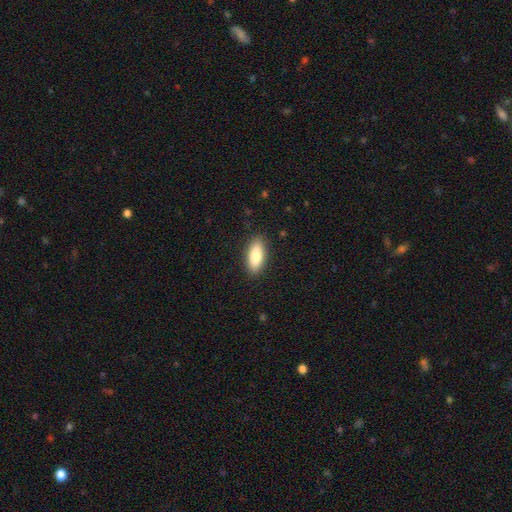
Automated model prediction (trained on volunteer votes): Morphology: type=smooth (84%); roundness=in between (76%); merging=none (88%).